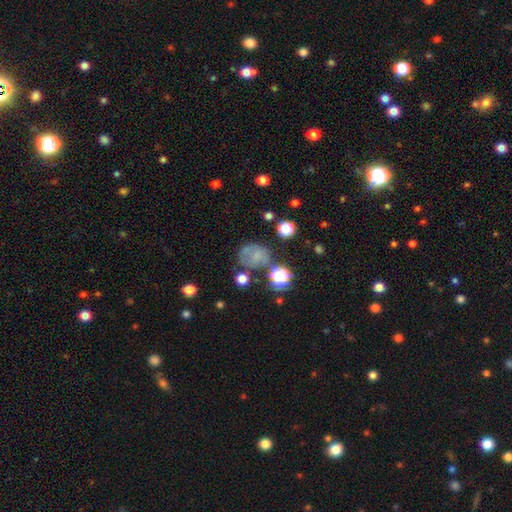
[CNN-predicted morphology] A smooth galaxy with no disk features (49%). Merging: none (56%).